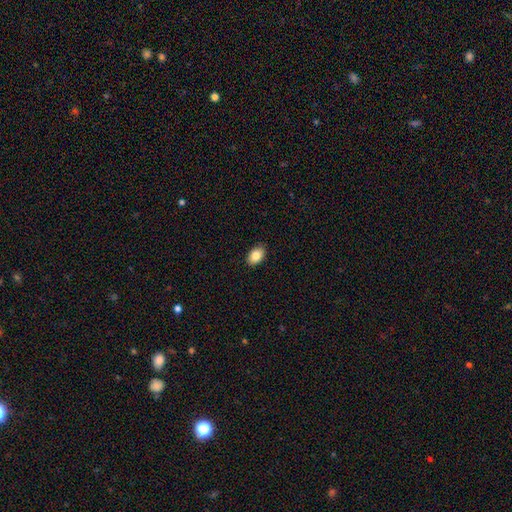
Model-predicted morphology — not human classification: Smooth or featured? Predicted: smooth (p=0.84). How rounded? Predicted: in between (p=0.89). Merging? Predicted: none (p=0.88).